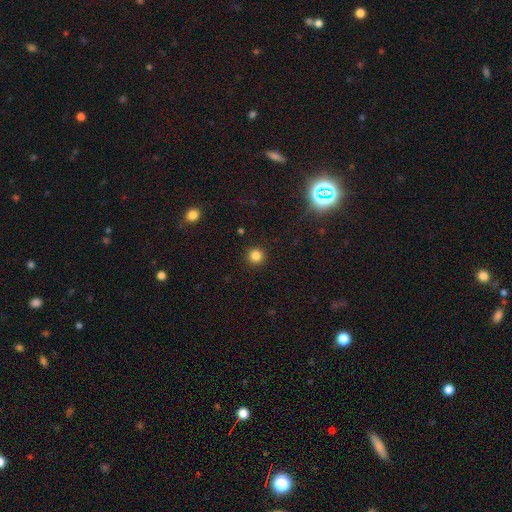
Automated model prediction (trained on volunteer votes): Smooth or featured?
  - smooth: 84% *
  - star or artifact: 13%
  - featured or disk: 4%
How rounded?
  - round: 95% *
  - in between: 4%
  - cigar-shaped: 1%
Merging?
  - none: 92% *
  - minor disturbance: 5%
  - major disturbance: 2%
  - merger: 1%